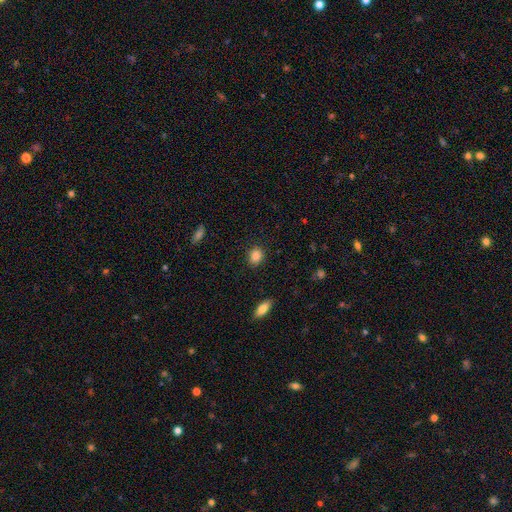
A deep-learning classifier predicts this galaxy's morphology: This appears to be a smooth galaxy with no disk features (87%) that is round (56%). Merging: none (88%).